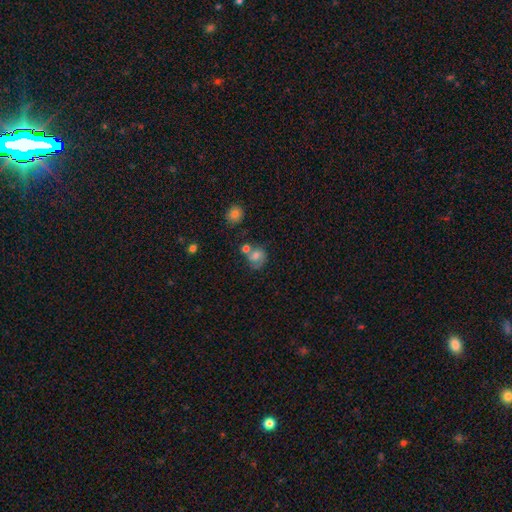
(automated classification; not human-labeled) smooth_or_featured: smooth (p=0.50) [alt: featured or disk p=0.39]
how_rounded: round (p=0.63) [alt: in between p=0.36]
merging: none (p=0.40) [alt: merger p=0.30]